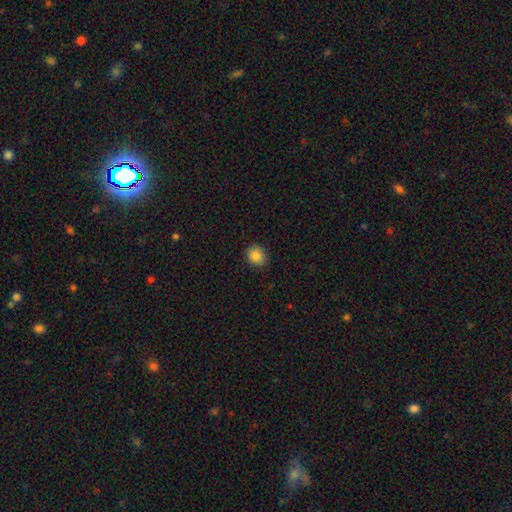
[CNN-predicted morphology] smooth 86%, star or artifact 9%, featured or disk 5%. Down the decision tree: how rounded — round (59%); merging — none (88%).